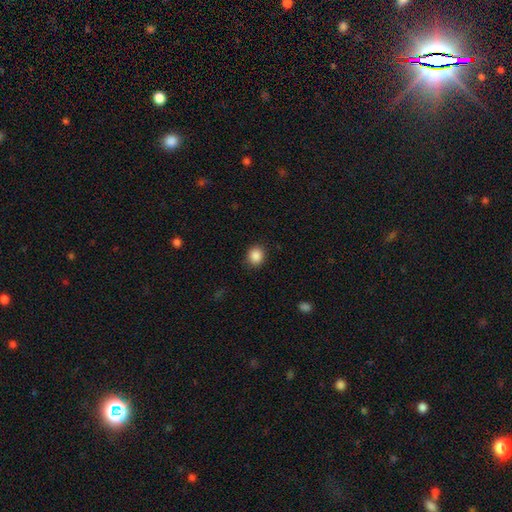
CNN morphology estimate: A smooth galaxy with no disk features (88%) that is round (77%).

Vote fractions:
- Smooth or featured? smooth: 88% / star or artifact: 9% / featured or disk: 3%
- How rounded? round: 77% / in between: 22% / cigar-shaped: 1%
- Merging? none: 88% / minor disturbance: 8% / major disturbance: 3% / merger: 1%